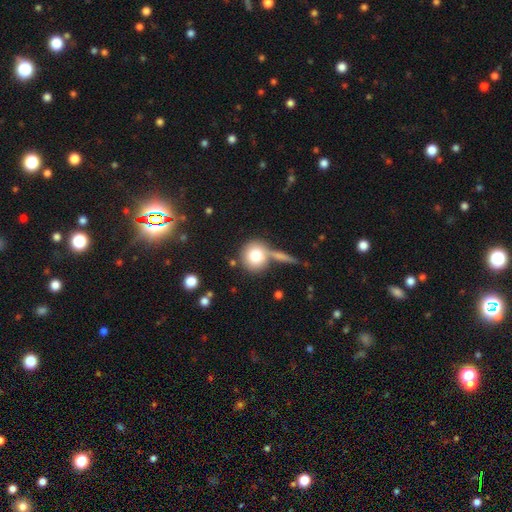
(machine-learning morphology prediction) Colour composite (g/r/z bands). It shows a smooth galaxy with no disk features (79%) that is round (90%). Merging: none (60%).